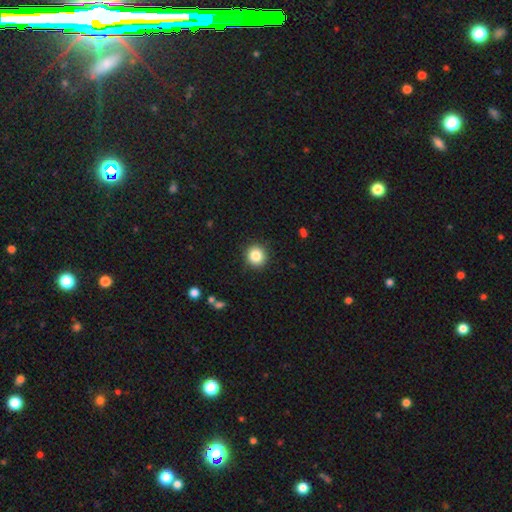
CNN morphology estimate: A smooth galaxy with no disk features (85%) that is round (91%). Merging: none (91%).